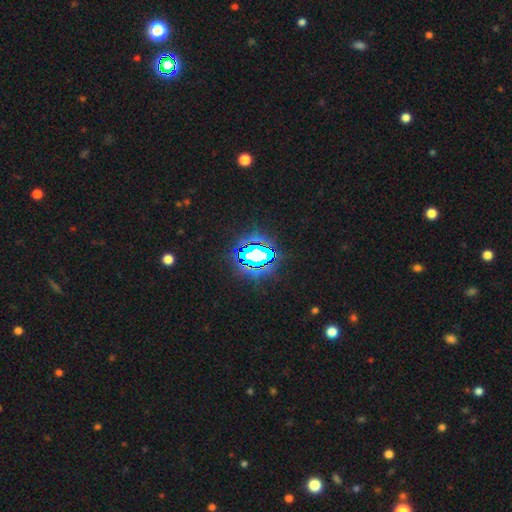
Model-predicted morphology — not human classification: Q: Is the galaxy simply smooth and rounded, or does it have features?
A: star or artifact — 74%.